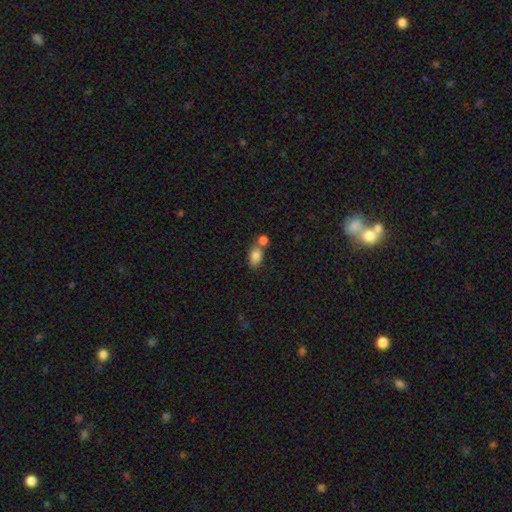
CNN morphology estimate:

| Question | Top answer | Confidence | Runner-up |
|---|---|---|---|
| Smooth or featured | smooth | 82% | featured or disk (10%) |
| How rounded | in between | 82% | round (16%) |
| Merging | none | 45% | merger (40%) |